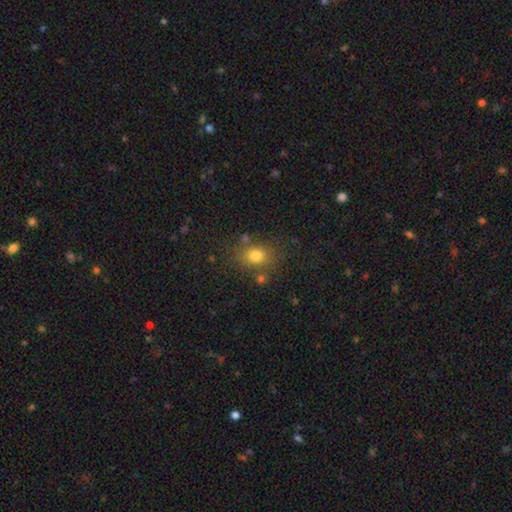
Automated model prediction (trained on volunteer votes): Morphology: type=smooth (77%); roundness=in between (50%); merging=none (72%).